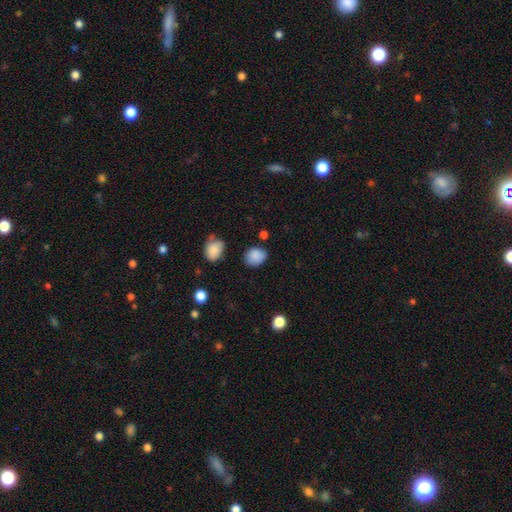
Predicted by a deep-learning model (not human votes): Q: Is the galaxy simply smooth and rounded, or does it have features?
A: smooth — 86%.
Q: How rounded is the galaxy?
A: round — 58%.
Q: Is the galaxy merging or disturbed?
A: none — 74%.